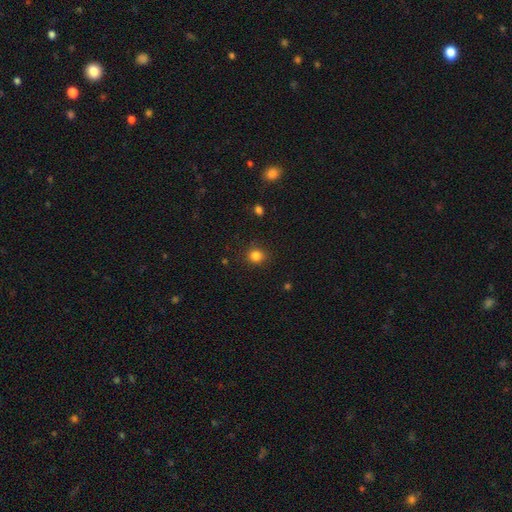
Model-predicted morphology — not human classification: A smooth galaxy with no disk features (83%) that is round (86%).

Vote fractions:
- Smooth or featured? smooth: 83% / star or artifact: 12% / featured or disk: 4%
- How rounded? round: 86% / in between: 13% / cigar-shaped: 1%
- Merging? none: 88% / minor disturbance: 8% / major disturbance: 3% / merger: 1%